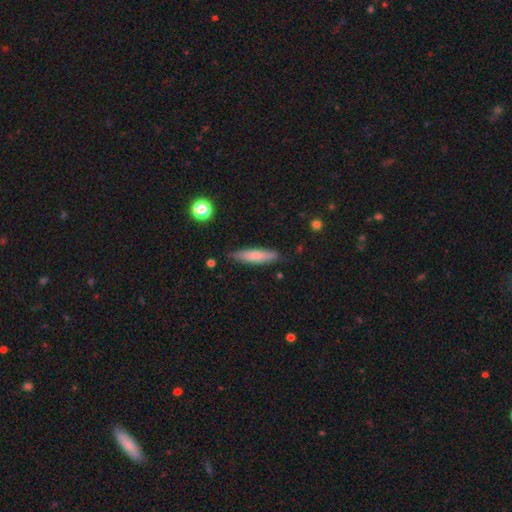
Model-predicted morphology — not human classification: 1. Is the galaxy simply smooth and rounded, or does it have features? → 72% smooth, 22% featured or disk, 6% star or artifact.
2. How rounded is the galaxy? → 77% cigar-shaped, 21% in between, 2% round.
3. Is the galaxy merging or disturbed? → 82% none, 14% minor disturbance, 2% major disturbance, 2% merger.